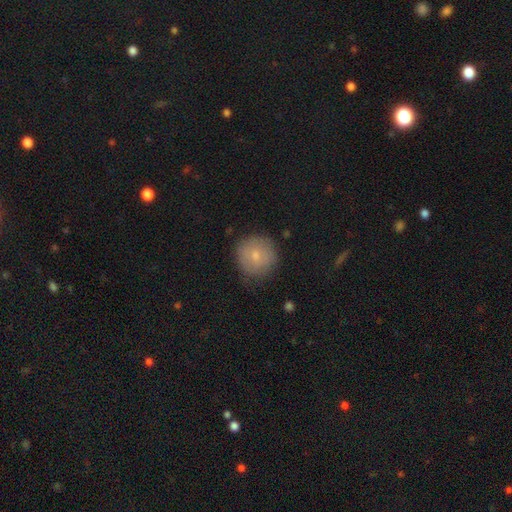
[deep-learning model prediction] This appears to be a smooth galaxy with no disk features (73%) that is round (93%). Merging: none (79%).